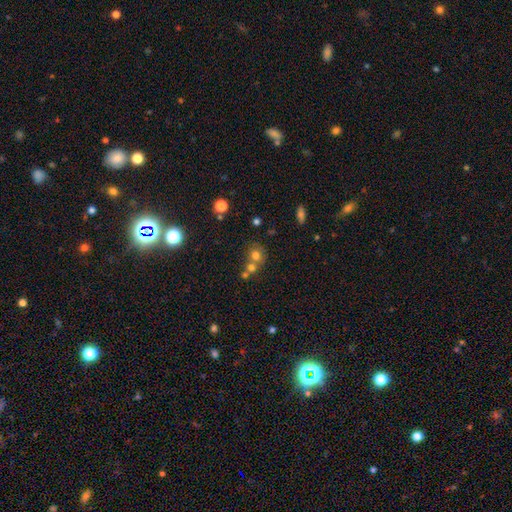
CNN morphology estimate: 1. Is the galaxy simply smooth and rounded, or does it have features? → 69% smooth, 16% star or artifact, 15% featured or disk.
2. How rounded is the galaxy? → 77% round, 21% in between, 1% cigar-shaped.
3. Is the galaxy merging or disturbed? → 46% merger, 41% none, 8% minor disturbance, 4% major disturbance.